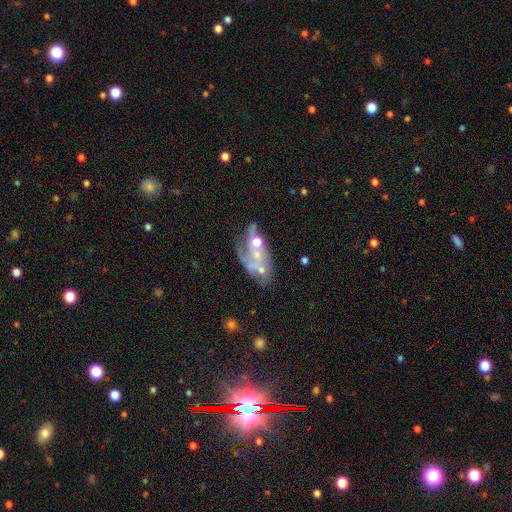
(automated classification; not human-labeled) This is likely a featured or disk galaxy (61%). It is clearly not viewed edge-on (96%). Bar: clearly no (83%). Spiral arm pattern: likely no (60%). Central bulge: marginally small (36%). Merging: marginally merger (31%).